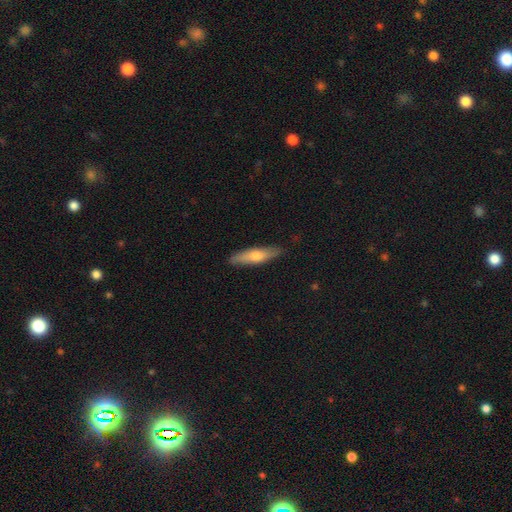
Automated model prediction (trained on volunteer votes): A smooth galaxy with no disk features (59%) that is cigar-shaped (75%).

Vote fractions:
- Smooth or featured? smooth: 59% / featured or disk: 36% / star or artifact: 6%
- How rounded? cigar-shaped: 75% / in between: 23% / round: 2%
- Merging? none: 87% / minor disturbance: 10% / major disturbance: 2% / merger: 1%